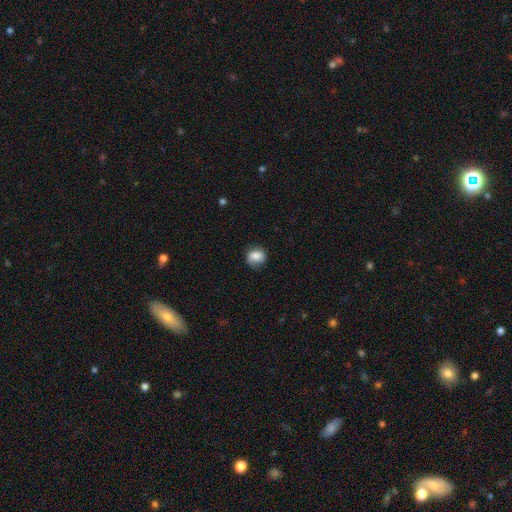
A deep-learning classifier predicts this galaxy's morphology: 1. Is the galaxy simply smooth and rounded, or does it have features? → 79% smooth, 13% featured or disk, 9% star or artifact.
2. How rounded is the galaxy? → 73% round, 26% in between, 1% cigar-shaped.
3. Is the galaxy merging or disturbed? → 76% none, 18% minor disturbance, 5% major disturbance, 1% merger.